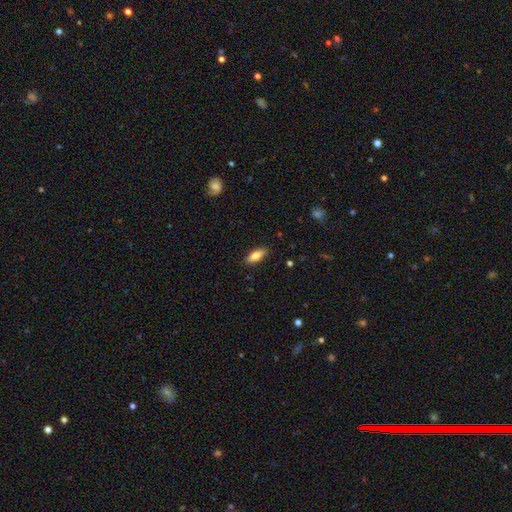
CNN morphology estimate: A smooth galaxy with no disk features (78%) that is in between round and cigar-shaped (79%).

Vote fractions:
- Smooth or featured? smooth: 78% / featured or disk: 15% / star or artifact: 7%
- How rounded? in between: 79% / cigar-shaped: 19% / round: 2%
- Merging? none: 88% / minor disturbance: 9% / major disturbance: 2% / merger: 1%